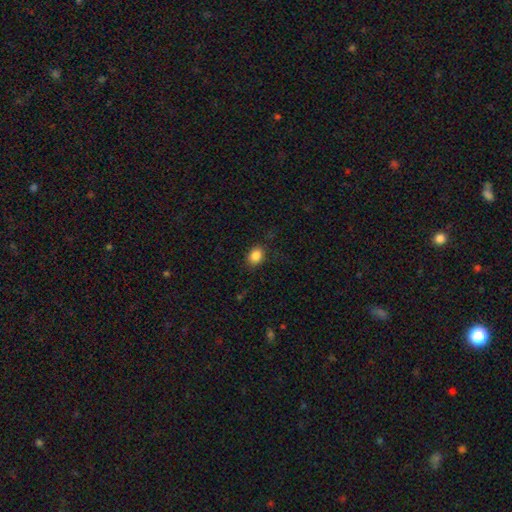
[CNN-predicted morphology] This is clearly a smooth galaxy (85%). How rounded: possibly in between (55%). Merging: clearly none (80%).